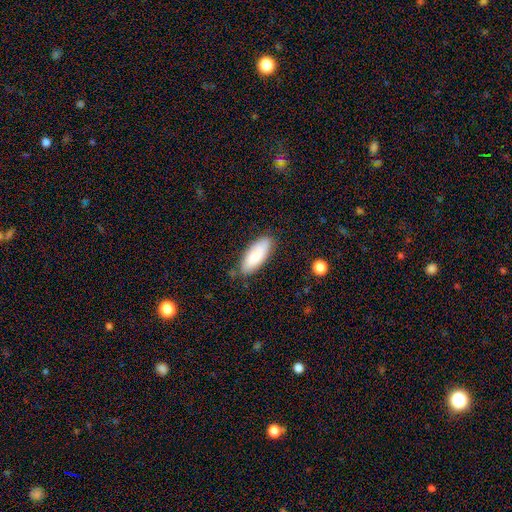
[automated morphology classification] smooth-or-featured: smooth: 82% | featured or disk: 12% | star or artifact: 6%
  how-rounded: in between: 79% | cigar-shaped: 20% | round: 2%
  merging: none: 77% | minor disturbance: 18% | major disturbance: 3% | merger: 2%